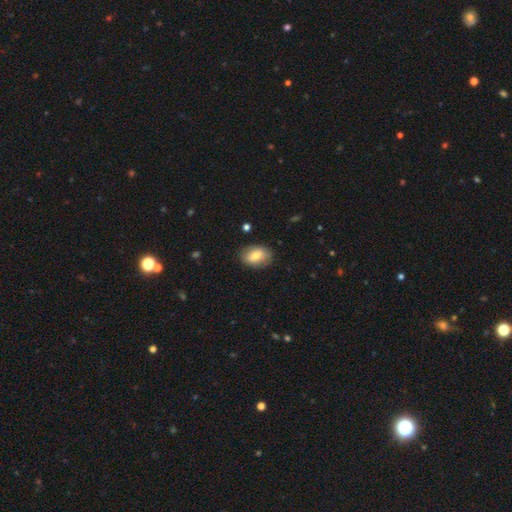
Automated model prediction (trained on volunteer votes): smooth 76%, featured or disk 17%, star or artifact 7%. Down the decision tree: how rounded — in between (85%); merging — none (82%).